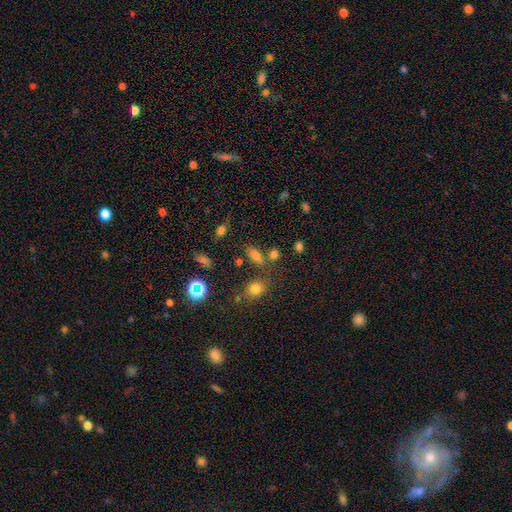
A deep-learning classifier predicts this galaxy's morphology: Smooth or featured: smooth — 72% (star or artifact — 20%)
How rounded: in between — 79% (round — 12%)
Merging: none — 68% (minor disturbance — 14%)